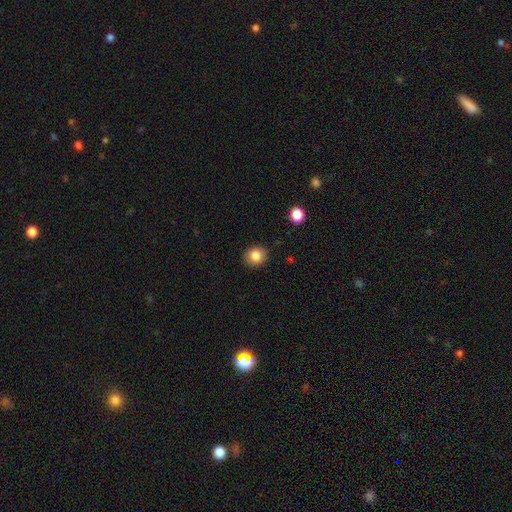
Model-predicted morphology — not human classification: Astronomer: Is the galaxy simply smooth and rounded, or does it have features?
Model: smooth — 84%.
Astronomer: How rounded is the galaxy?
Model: round — 81%.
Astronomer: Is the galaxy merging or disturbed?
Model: none — 89%.